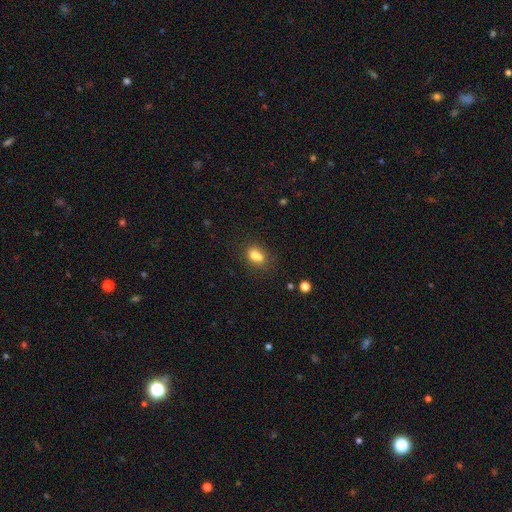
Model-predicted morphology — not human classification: A smooth galaxy with no disk features (75%) that is in between round and cigar-shaped (69%).

Vote fractions:
- Smooth or featured? smooth: 75% / featured or disk: 13% / star or artifact: 12%
- How rounded? in between: 69% / round: 26% / cigar-shaped: 5%
- Merging? none: 47% / merger: 33% / minor disturbance: 14% / major disturbance: 6%